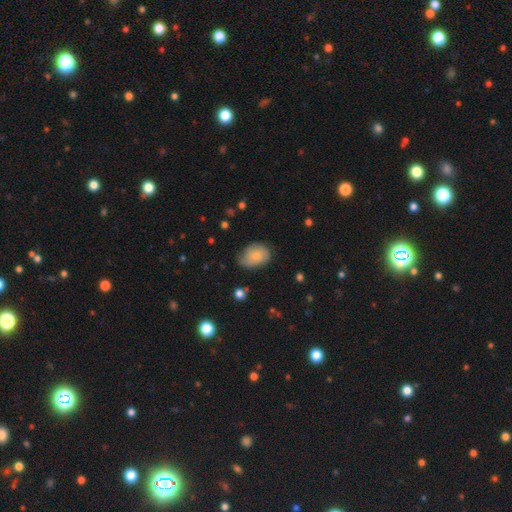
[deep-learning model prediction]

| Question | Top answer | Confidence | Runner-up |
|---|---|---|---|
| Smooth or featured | smooth | 67% | featured or disk (25%) |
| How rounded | in between | 76% | round (23%) |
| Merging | none | 53% | minor disturbance (34%) |